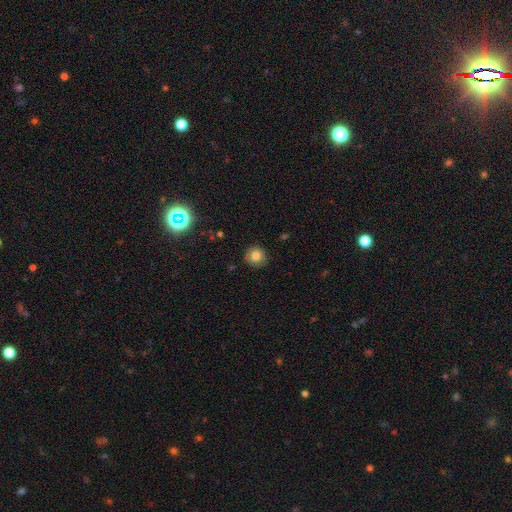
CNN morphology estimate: smooth 80%, star or artifact 11%, featured or disk 9%. Down the decision tree: how rounded — round (92%); merging — none (88%).